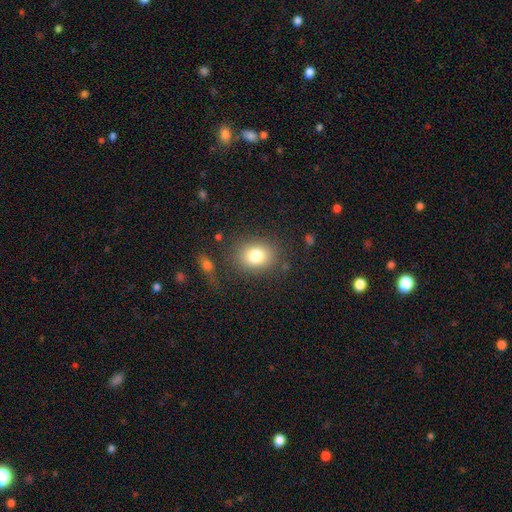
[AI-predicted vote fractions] smooth_or_featured: smooth (p=0.80) [alt: star or artifact p=0.10]
how_rounded: in between (p=0.50) [alt: round p=0.49]
merging: none (p=0.79) [alt: minor disturbance p=0.12]